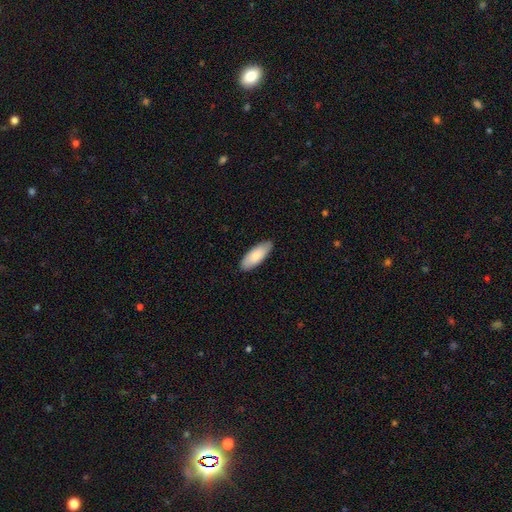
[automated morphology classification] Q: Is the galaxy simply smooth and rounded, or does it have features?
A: smooth — 82%.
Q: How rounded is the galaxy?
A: in between — 77%.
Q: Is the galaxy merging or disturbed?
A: none — 86%.